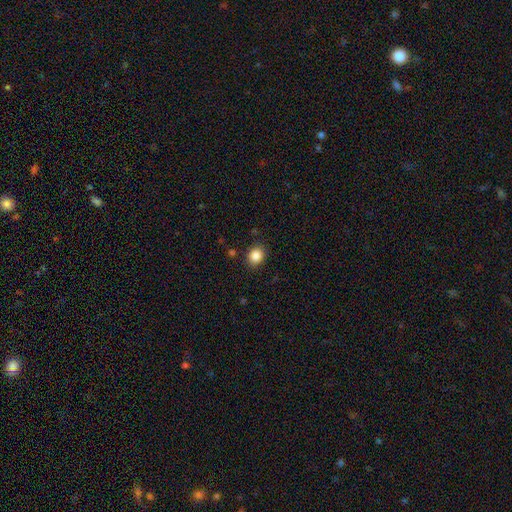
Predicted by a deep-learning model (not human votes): smooth_or_featured: smooth (p=0.86) [alt: star or artifact p=0.10]
how_rounded: round (p=0.67) [alt: in between p=0.32]
merging: none (p=0.87) [alt: minor disturbance p=0.09]